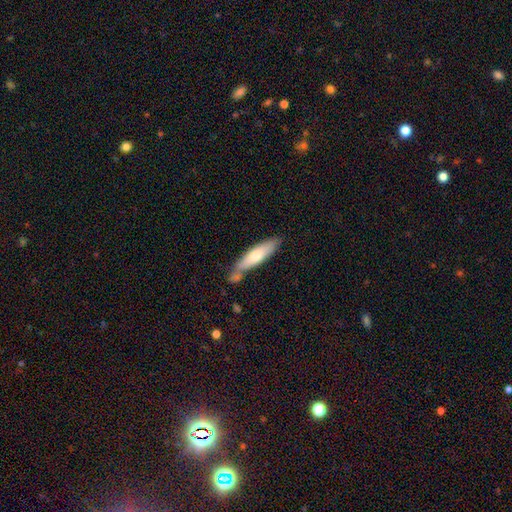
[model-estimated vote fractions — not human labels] The model was most divided on "smooth or featured": smooth: 66%, featured or disk: 29%, star or artifact: 5%. More confident: how rounded — cigar-shaped (73%); merging — none (58%).